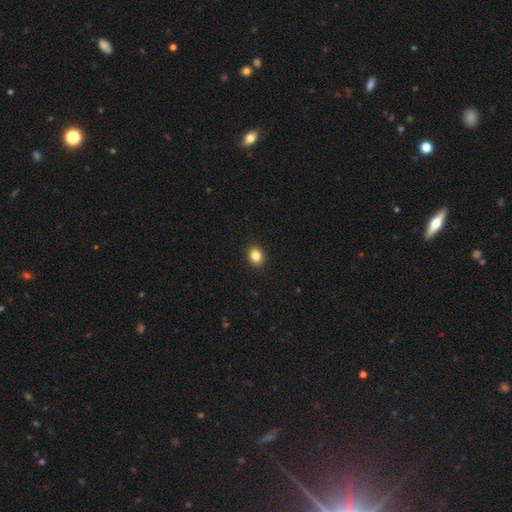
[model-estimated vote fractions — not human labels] Smooth or featured? smooth (84%)
How rounded? round (50%)
Merging? none (92%)